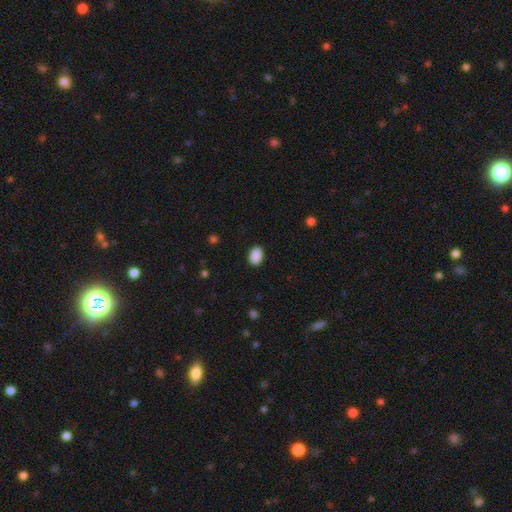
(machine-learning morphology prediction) Smooth or featured? Predicted: smooth (p=0.90). How rounded? Predicted: in between (p=0.82). Merging? Predicted: none (p=0.89).